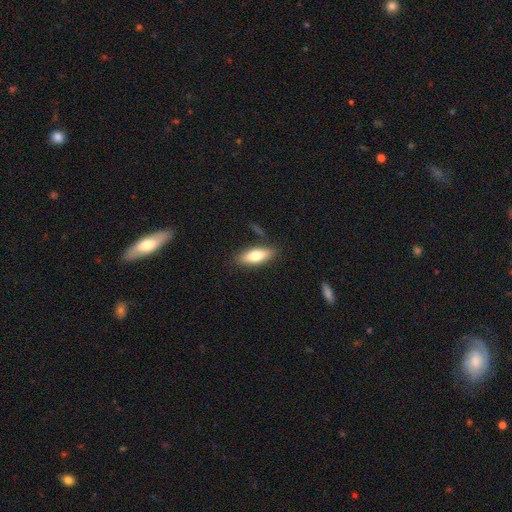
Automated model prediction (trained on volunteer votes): This appears to be a smooth galaxy with no disk features (72%) that is in between round and cigar-shaped (67%). Merging: none (82%).